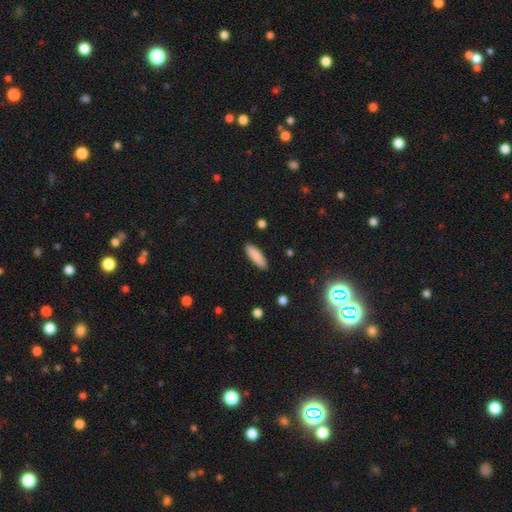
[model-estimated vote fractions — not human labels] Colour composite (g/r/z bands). It shows a smooth galaxy with no disk features (88%) that is cigar-shaped (52%). Merging: none (89%).